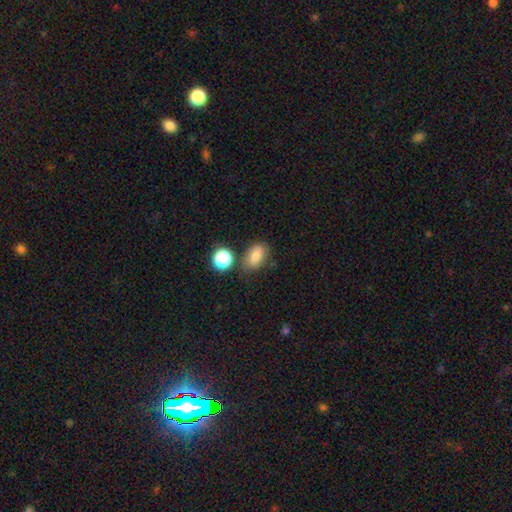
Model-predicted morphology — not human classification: A smooth galaxy with no disk features (80%) that is in between round and cigar-shaped (83%).

Vote fractions:
- Smooth or featured? smooth: 80% / star or artifact: 12% / featured or disk: 9%
- How rounded? in between: 83% / round: 14% / cigar-shaped: 3%
- Merging? none: 70% / minor disturbance: 17% / merger: 8% / major disturbance: 5%